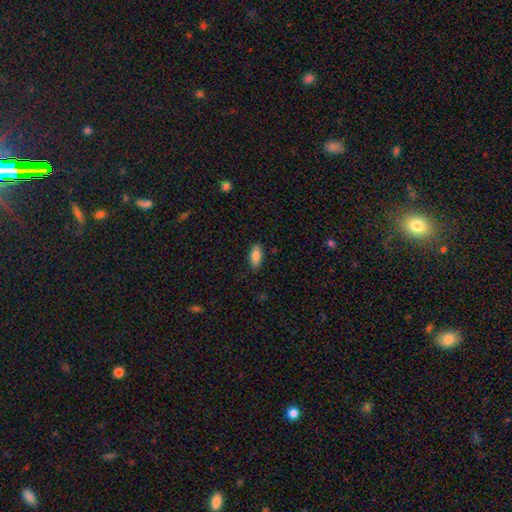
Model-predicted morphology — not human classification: This is clearly a smooth galaxy (83%). How rounded: clearly in between (82%). Merging: clearly none (86%).